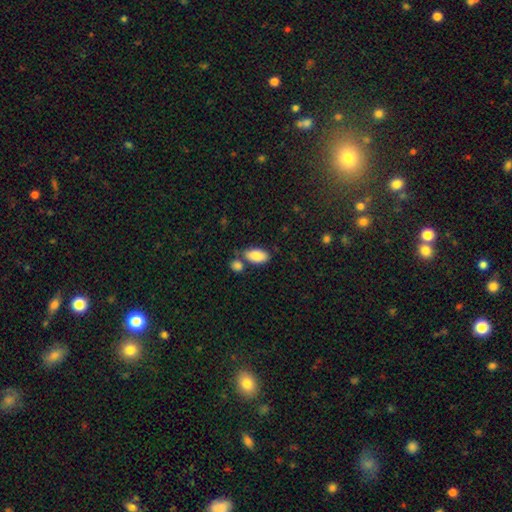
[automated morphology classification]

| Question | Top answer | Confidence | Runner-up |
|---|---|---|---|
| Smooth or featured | smooth | 86% | featured or disk (8%) |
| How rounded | in between | 94% | round (4%) |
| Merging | none | 65% | merger (18%) |